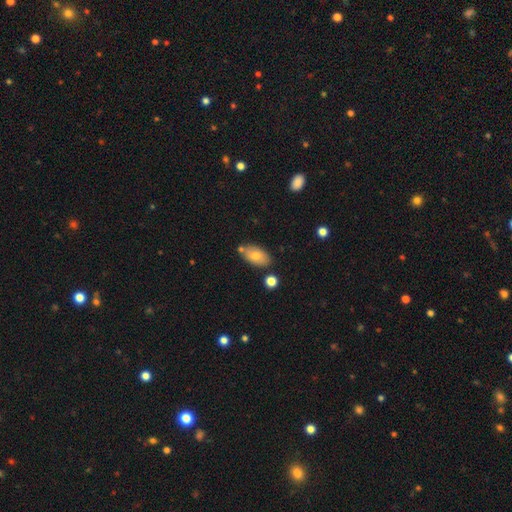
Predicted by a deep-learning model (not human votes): Smooth or featured?
  - smooth: 76% *
  - featured or disk: 17%
  - star or artifact: 7%
How rounded?
  - in between: 93% *
  - round: 4%
  - cigar-shaped: 2%
Merging?
  - none: 74% *
  - minor disturbance: 15%
  - merger: 9%
  - major disturbance: 3%